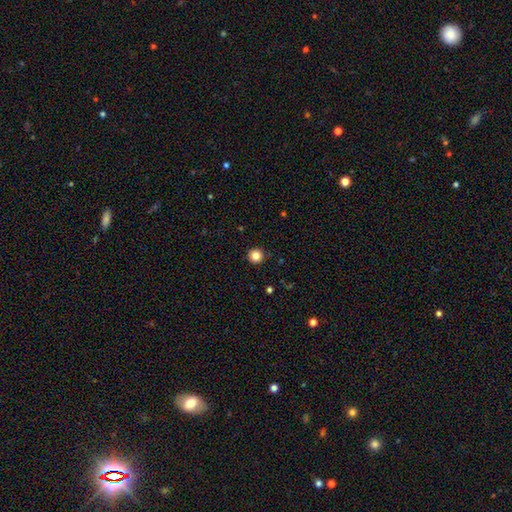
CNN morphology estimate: Smooth or featured: smooth — 84% (star or artifact — 11%)
How rounded: round — 95% (in between — 4%)
Merging: none — 92% (minor disturbance — 5%)